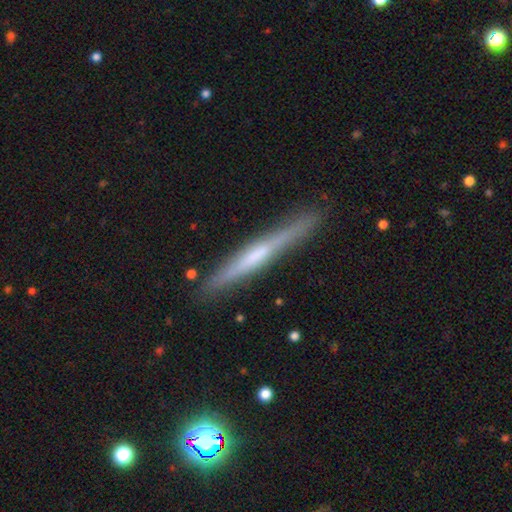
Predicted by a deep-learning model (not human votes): A featured or disk galaxy (60%) viewed edge-on (96%) with no central bulge (51%).

Vote fractions:
- Smooth or featured? featured or disk: 60% / smooth: 34% / star or artifact: 6%
- Edge-on disk? yes: 96% / no: 4%
- Edge-on bulge? none: 51% / rounded: 31% / boxy: 17%
- Merging? none: 86% / minor disturbance: 11% / major disturbance: 2% / merger: 2%